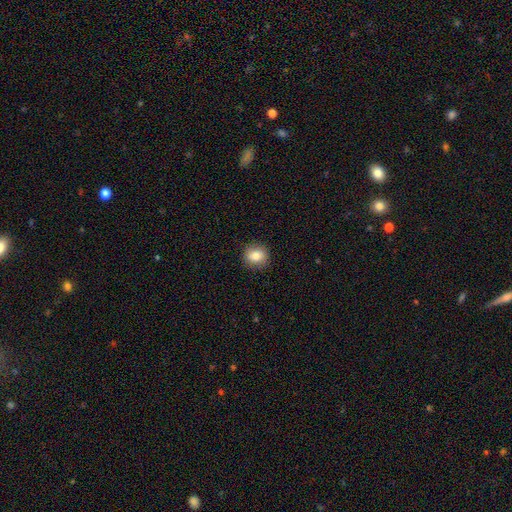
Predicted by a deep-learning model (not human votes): This appears to be a smooth galaxy with no disk features (82%) that is round (81%). Merging: none (88%).